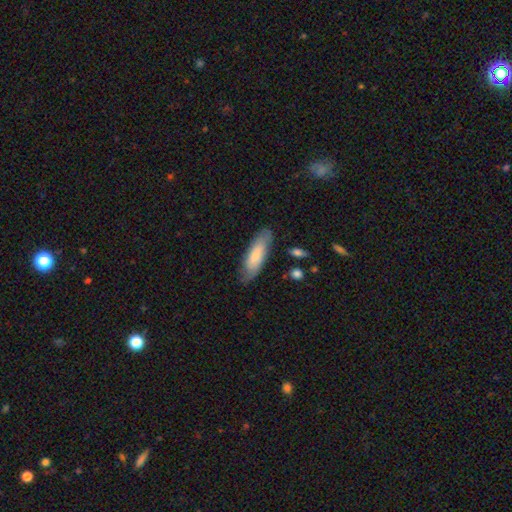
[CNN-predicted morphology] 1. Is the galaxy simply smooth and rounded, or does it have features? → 76% smooth, 18% featured or disk, 6% star or artifact.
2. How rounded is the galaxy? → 52% in between, 46% cigar-shaped, 1% round.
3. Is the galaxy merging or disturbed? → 77% none, 17% minor disturbance, 4% major disturbance, 2% merger.